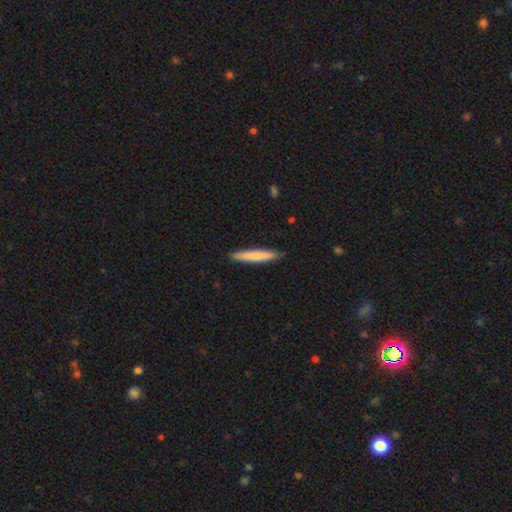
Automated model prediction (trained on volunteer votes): This appears to be a smooth galaxy with no disk features (75%) that is cigar-shaped (95%). Merging: none (90%).